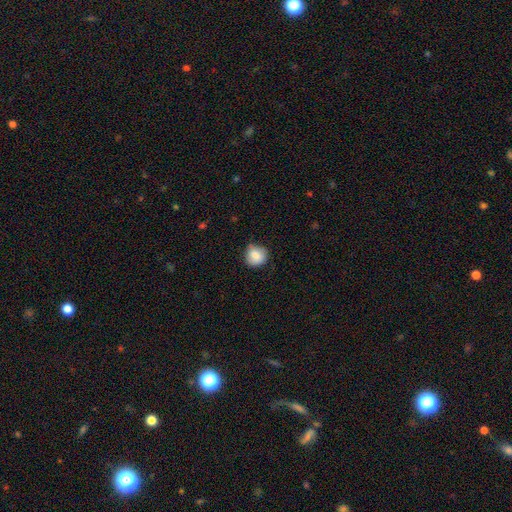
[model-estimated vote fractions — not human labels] A smooth galaxy with no disk features (83%) that is round (87%). Merging: none (74%).